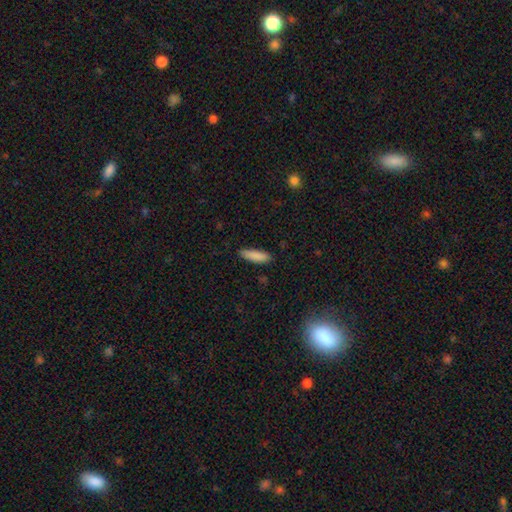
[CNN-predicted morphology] Smooth or featured? Predicted: smooth (p=0.88). How rounded? Predicted: cigar-shaped (p=0.63). Merging? Predicted: none (p=0.86).